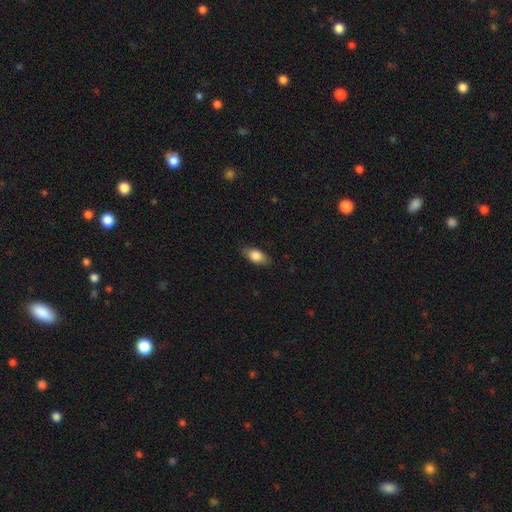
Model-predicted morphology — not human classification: Overall: smooth (81%). How rounded: in between (87%). Merging: none (83%).